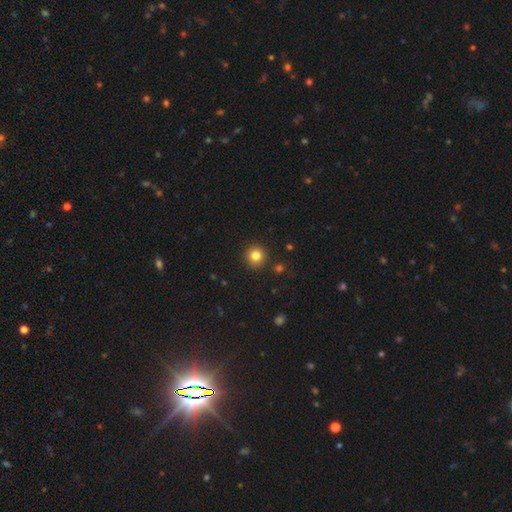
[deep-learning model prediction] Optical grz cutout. It shows a smooth galaxy with no disk features (82%) that is round (93%). Merging: none (91%).